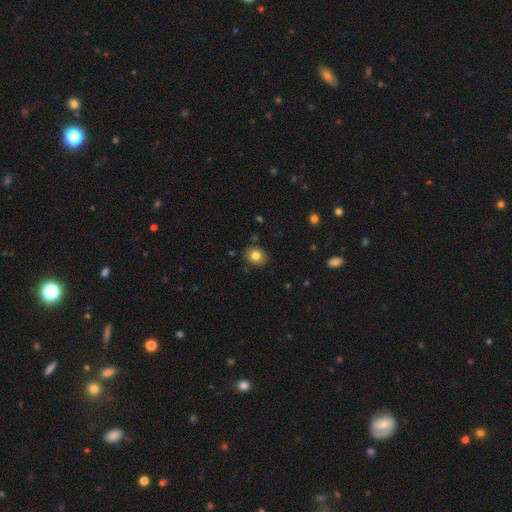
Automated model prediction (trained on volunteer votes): Overall: smooth (81%). How rounded: round (64%; in between 35%). Merging: none (87%).